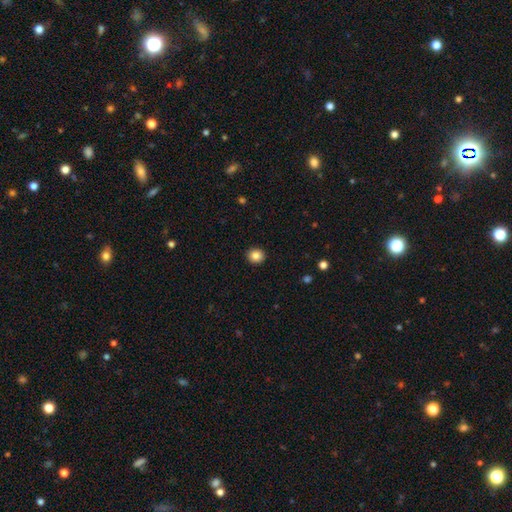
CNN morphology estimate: Smooth or featured?
  - smooth: 85% *
  - star or artifact: 10%
  - featured or disk: 6%
How rounded?
  - round: 83% *
  - in between: 16%
  - cigar-shaped: 1%
Merging?
  - none: 92% *
  - minor disturbance: 5%
  - major disturbance: 2%
  - merger: 1%